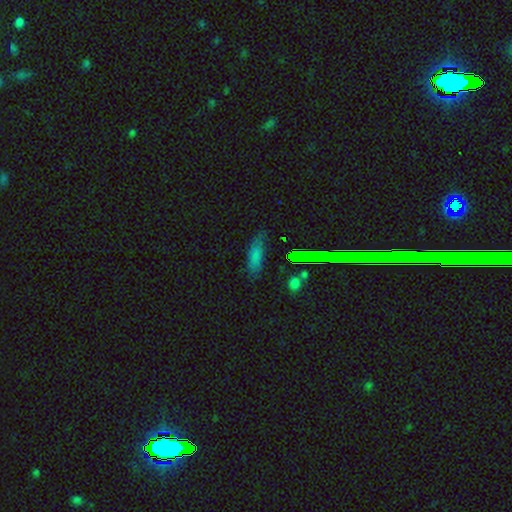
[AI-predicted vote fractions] Q: Smooth or featured?
A: smooth (70%); runner-up: star or artifact (16%)
Q: How rounded?
A: cigar-shaped (50%); runner-up: in between (46%)
Q: Merging?
A: none (72%); runner-up: minor disturbance (20%)